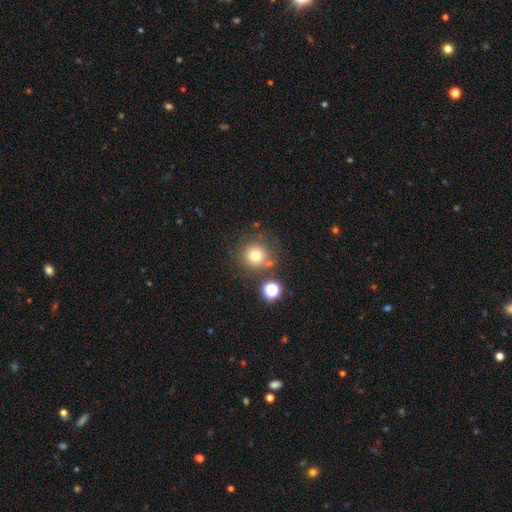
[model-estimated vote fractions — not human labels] A smooth galaxy with no disk features (74%) that is round (92%).

Vote fractions:
- Smooth or featured? smooth: 74% / star or artifact: 15% / featured or disk: 10%
- How rounded? round: 92% / in between: 7% / cigar-shaped: 1%
- Merging? none: 74% / merger: 11% / minor disturbance: 11% / major disturbance: 4%